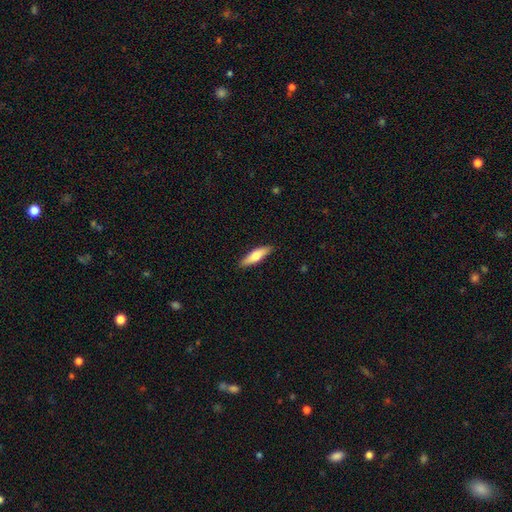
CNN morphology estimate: type=smooth (65%); roundness=cigar-shaped (61%); merging=none (89%).